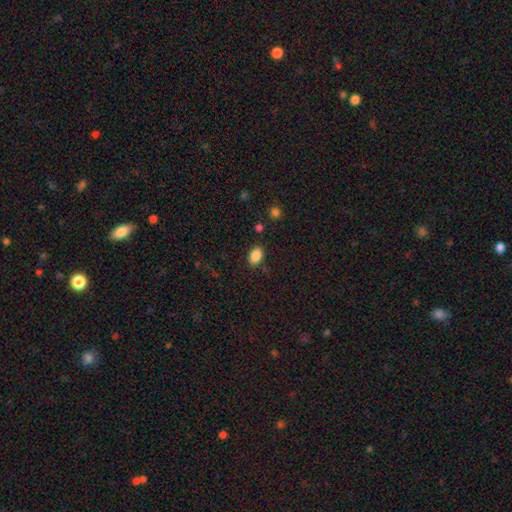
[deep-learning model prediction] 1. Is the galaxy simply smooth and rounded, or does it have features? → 87% smooth, 9% star or artifact, 4% featured or disk.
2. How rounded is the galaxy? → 86% in between, 12% round, 1% cigar-shaped.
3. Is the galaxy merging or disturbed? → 83% none, 11% minor disturbance, 3% major disturbance, 3% merger.